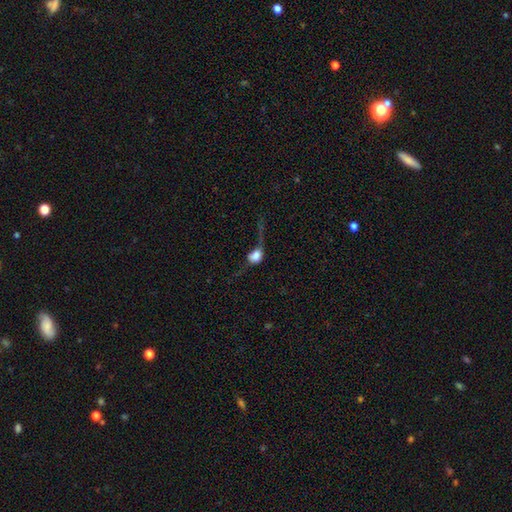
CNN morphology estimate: Smooth or featured? smooth (62%)
How rounded? in between (51%)
Merging? major disturbance (52%)